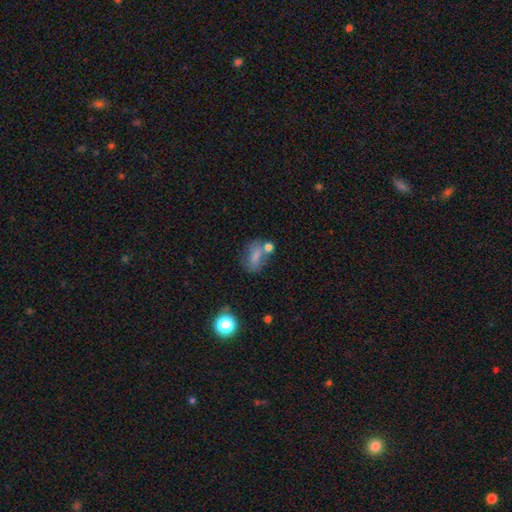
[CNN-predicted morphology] Q: Smooth or featured?
A: smooth (68%); runner-up: featured or disk (19%)
Q: How rounded?
A: in between (76%); runner-up: round (18%)
Q: Merging?
A: none (42%); runner-up: merger (25%)